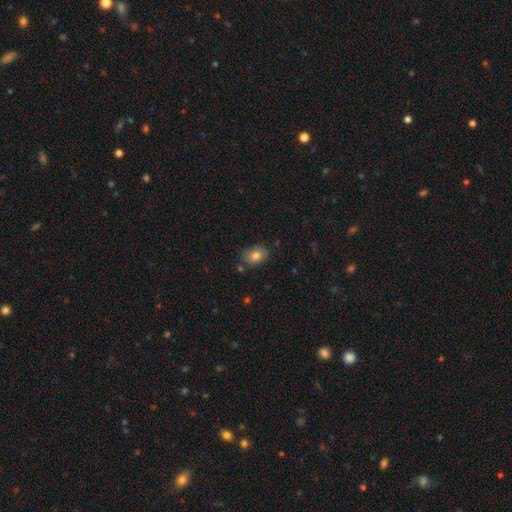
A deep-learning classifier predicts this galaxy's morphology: Overall: smooth (81%). How rounded: in between (79%). Merging: none (77%).